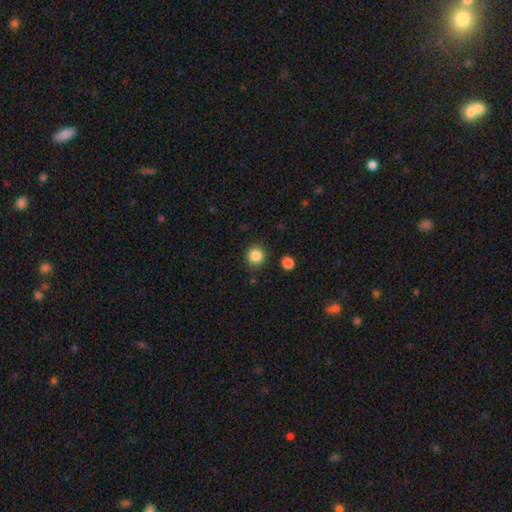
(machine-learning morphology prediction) Smooth or featured?
  - smooth: 86% *
  - star or artifact: 10%
  - featured or disk: 4%
How rounded?
  - round: 92% *
  - in between: 7%
  - cigar-shaped: 1%
Merging?
  - none: 87% *
  - minor disturbance: 7%
  - major disturbance: 3%
  - merger: 2%